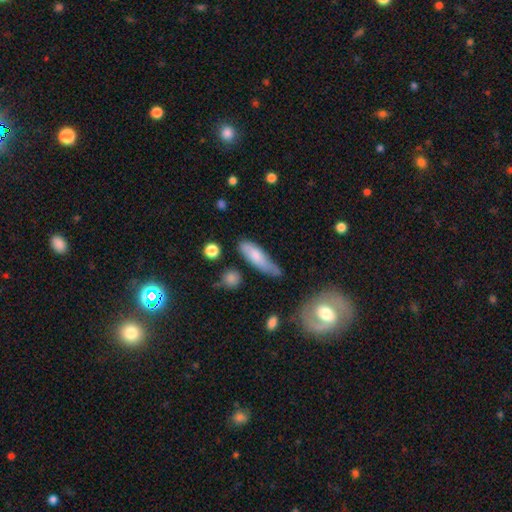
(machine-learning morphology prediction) Smooth or featured? smooth (73%)
How rounded? cigar-shaped (52%)
Merging? none (50%)